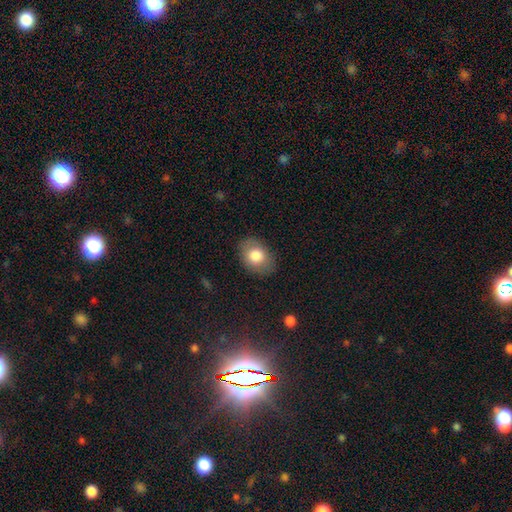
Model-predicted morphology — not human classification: The model was most divided on "how rounded": in between: 72%, round: 27%, cigar-shaped: 1%. More confident: merging — none (83%); smooth or featured — smooth (79%).